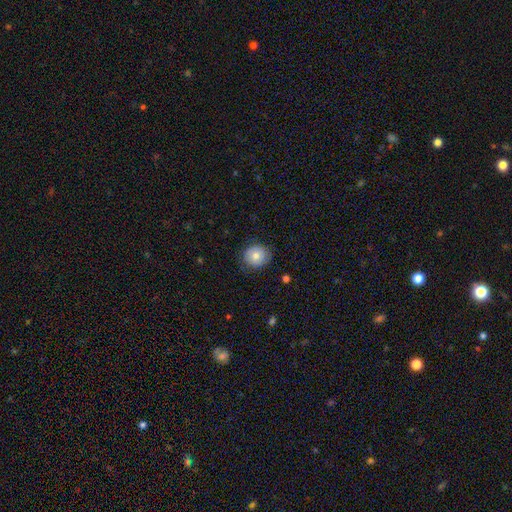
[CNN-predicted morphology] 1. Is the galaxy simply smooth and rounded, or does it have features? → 73% smooth, 18% featured or disk, 9% star or artifact.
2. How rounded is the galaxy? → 86% round, 13% in between, 1% cigar-shaped.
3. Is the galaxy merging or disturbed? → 82% none, 14% minor disturbance, 3% major disturbance, 1% merger.